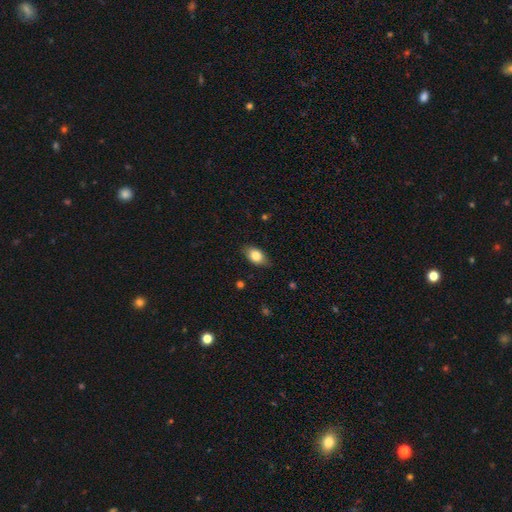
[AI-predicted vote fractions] Smooth or featured?
  - smooth: 81% *
  - featured or disk: 11%
  - star or artifact: 7%
How rounded?
  - in between: 87% *
  - round: 10%
  - cigar-shaped: 3%
Merging?
  - none: 80% *
  - minor disturbance: 16%
  - major disturbance: 3%
  - merger: 1%